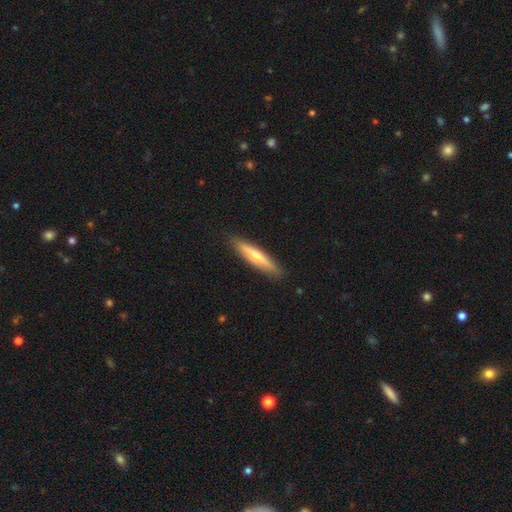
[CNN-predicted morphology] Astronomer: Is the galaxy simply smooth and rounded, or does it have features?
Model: smooth — 48% (runner-up: featured or disk, 46%).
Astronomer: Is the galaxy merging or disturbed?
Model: none — 89%.